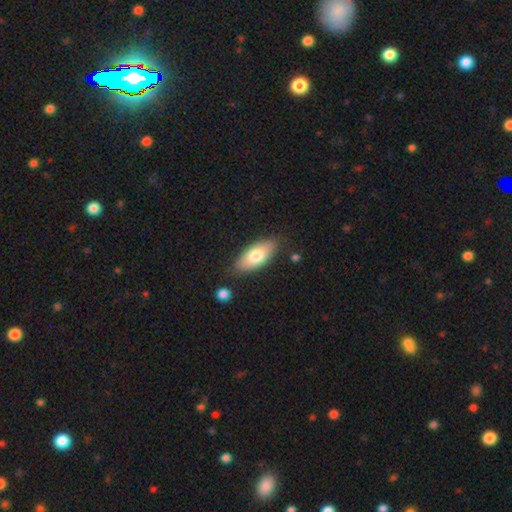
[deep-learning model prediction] Morphology: type=smooth (74%); roundness=in between (85%); merging=none (81%).